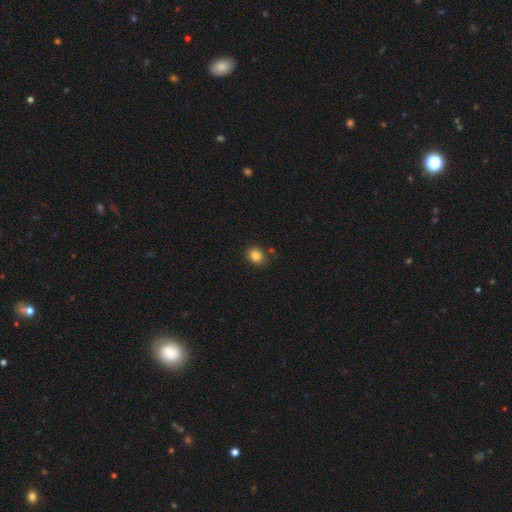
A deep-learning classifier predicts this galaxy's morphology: A smooth galaxy with no disk features (84%) that is round (67%).

Vote fractions:
- Smooth or featured? smooth: 84% / star or artifact: 11% / featured or disk: 5%
- How rounded? round: 67% / in between: 33% / cigar-shaped: 1%
- Merging? none: 84% / minor disturbance: 10% / merger: 3% / major disturbance: 3%